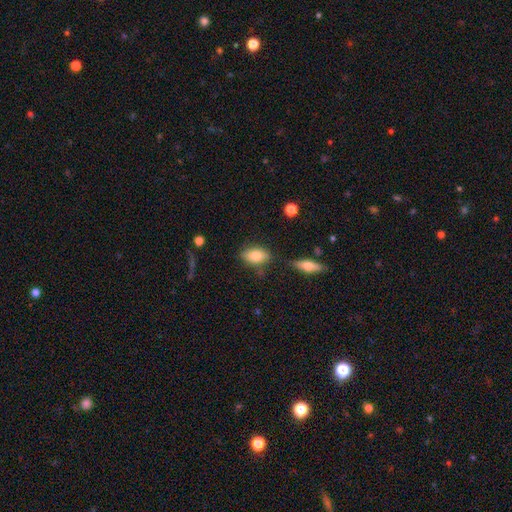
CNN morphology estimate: A smooth galaxy with no disk features (79%) that is in between round and cigar-shaped (89%). Merging: none (74%).